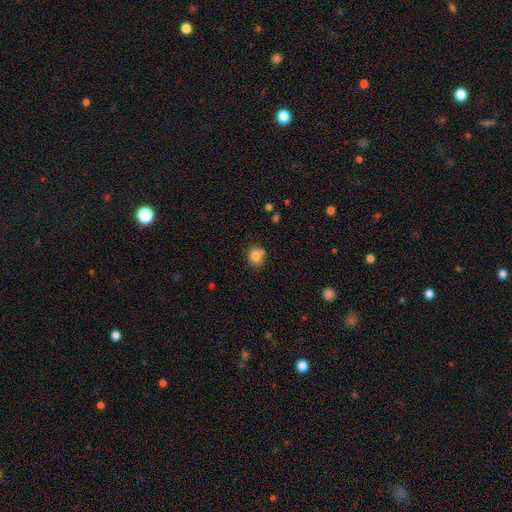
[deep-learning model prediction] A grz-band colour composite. It shows a smooth galaxy with no disk features (80%) that is round (72%). Merging: none (69%).